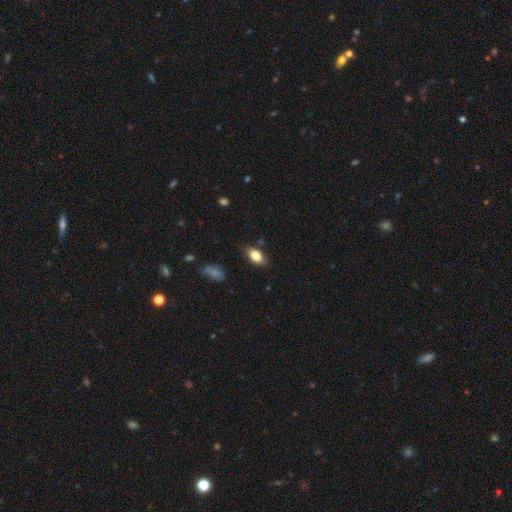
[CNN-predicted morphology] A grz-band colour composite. It shows a smooth galaxy with no disk features (83%) that is in between round and cigar-shaped (90%). Merging: none (82%).